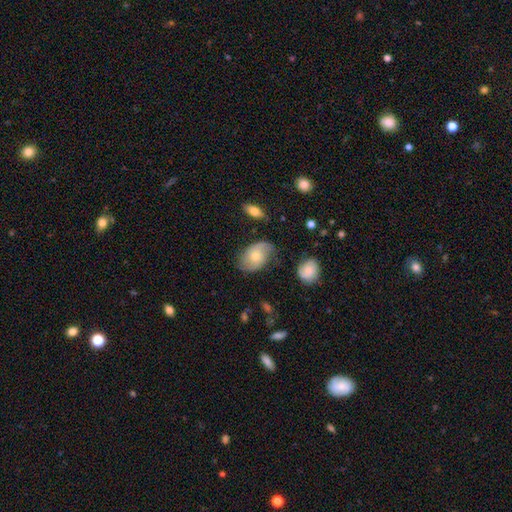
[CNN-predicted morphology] This is possibly a featured or disk galaxy (48%). Merging: possibly none (59%).